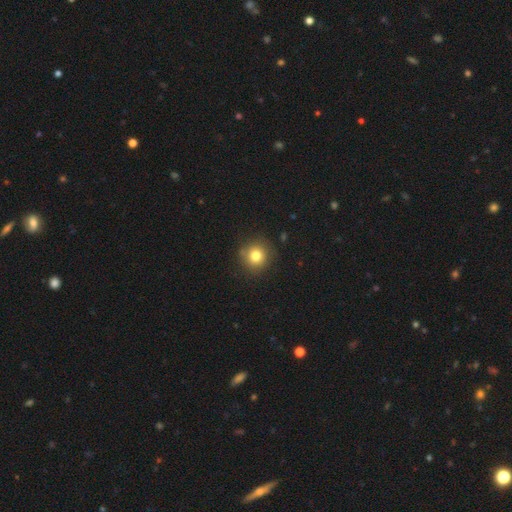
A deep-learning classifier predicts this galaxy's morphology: A smooth galaxy with no disk features (80%) that is round (92%).

Vote fractions:
- Smooth or featured? smooth: 80% / star or artifact: 12% / featured or disk: 8%
- How rounded? round: 92% / in between: 7% / cigar-shaped: 1%
- Merging? none: 86% / minor disturbance: 10% / major disturbance: 3% / merger: 2%